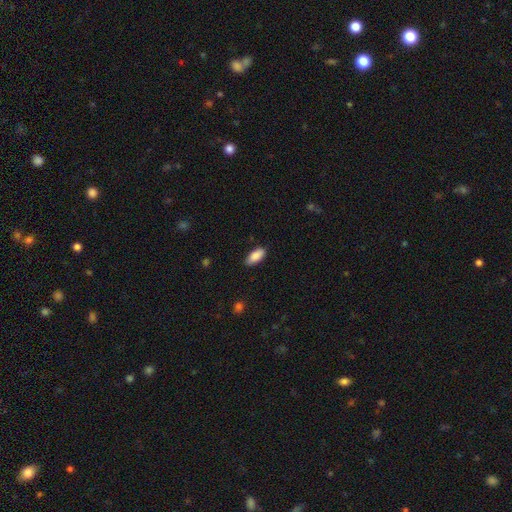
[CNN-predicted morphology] Smooth or featured? smooth (88%)
How rounded? in between (88%)
Merging? none (85%)